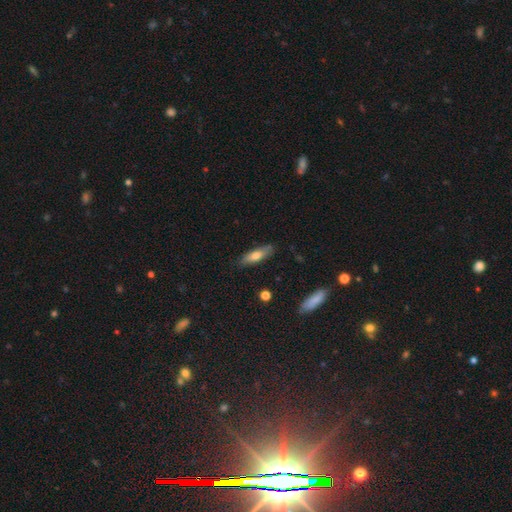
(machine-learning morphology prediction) smooth-or-featured: smooth: 68% | featured or disk: 26% | star or artifact: 7%
  how-rounded: cigar-shaped: 54% | in between: 44% | round: 2%
  merging: none: 82% | minor disturbance: 14% | major disturbance: 3% | merger: 2%